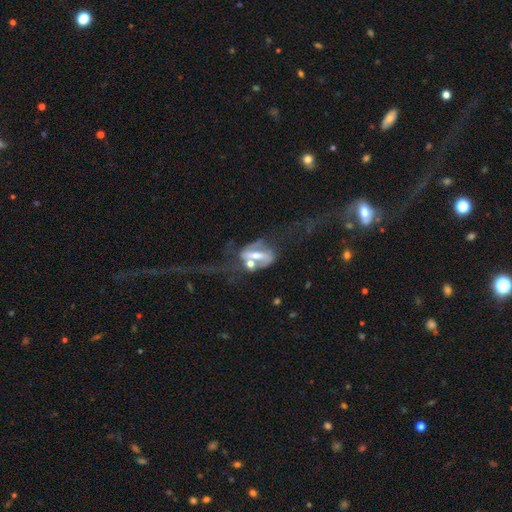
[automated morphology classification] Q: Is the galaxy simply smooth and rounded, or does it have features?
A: featured or disk — 72%.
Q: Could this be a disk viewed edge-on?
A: no — 84%.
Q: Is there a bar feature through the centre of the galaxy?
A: strong — 55%.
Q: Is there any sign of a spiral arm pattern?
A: yes — 61%.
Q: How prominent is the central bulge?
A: moderate — 54%.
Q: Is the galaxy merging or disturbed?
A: major disturbance — 37%.